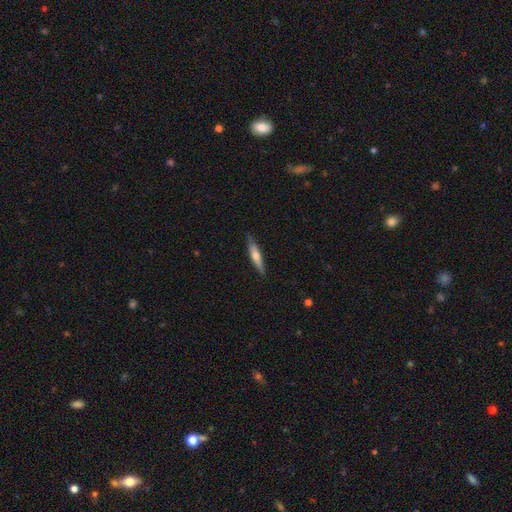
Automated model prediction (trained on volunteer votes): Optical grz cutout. It shows a smooth galaxy with no disk features (53%) that is cigar-shaped (84%). Merging: none (84%).